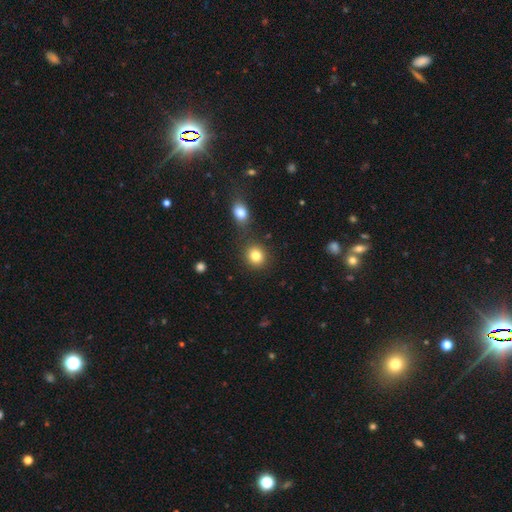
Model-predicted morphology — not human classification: A smooth galaxy with no disk features (82%) that is round (83%). Merging: none (79%).